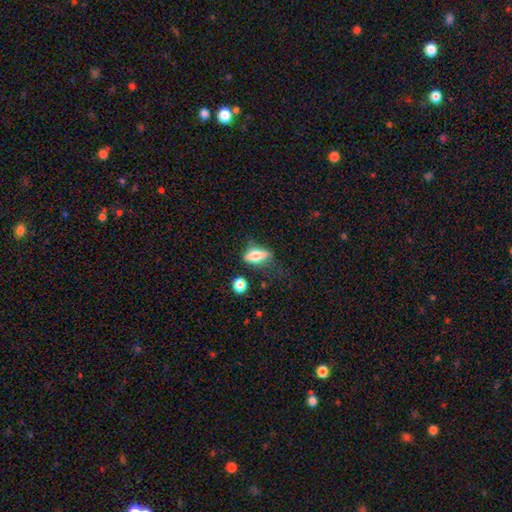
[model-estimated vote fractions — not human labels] The model was most divided on "smooth or featured": smooth: 58%, featured or disk: 33%, star or artifact: 9%. More confident: how rounded — in between (69%); merging — none (53%).